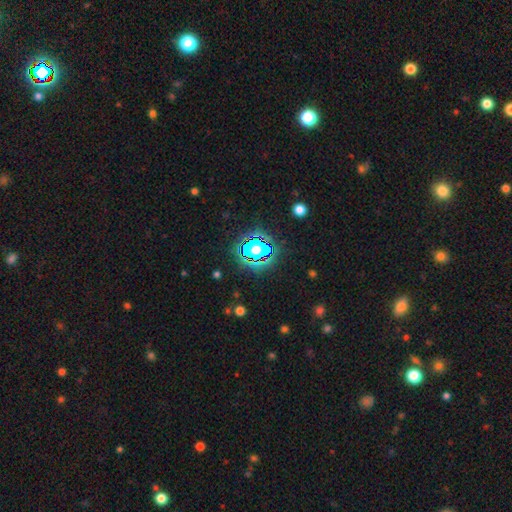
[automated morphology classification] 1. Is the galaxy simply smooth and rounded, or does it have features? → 78% star or artifact, 14% smooth, 8% featured or disk.